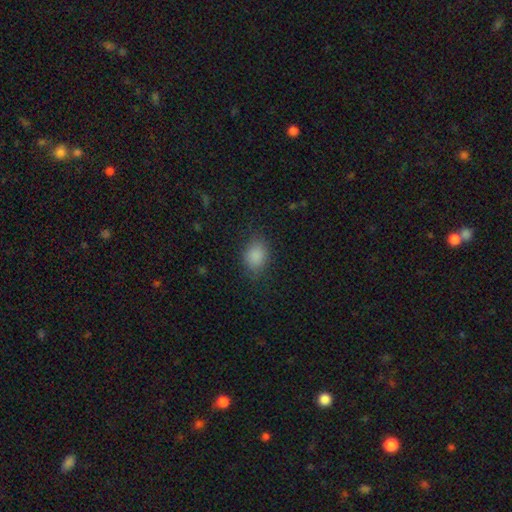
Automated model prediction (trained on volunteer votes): Morphology: type=smooth (86%); roundness=in between (64%); merging=none (79%).